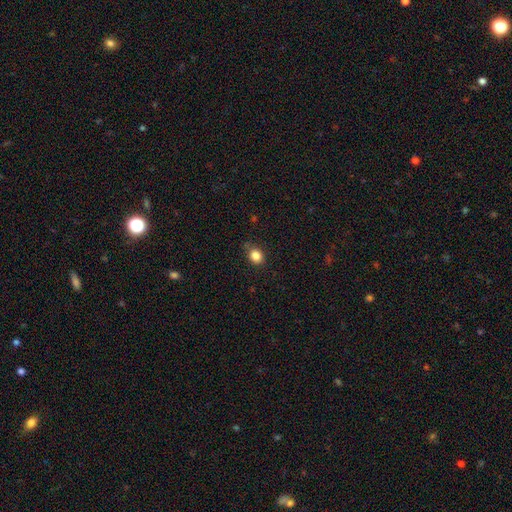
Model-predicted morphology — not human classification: Overall: smooth (84%). How rounded: round (66%; in between 33%). Merging: none (82%).